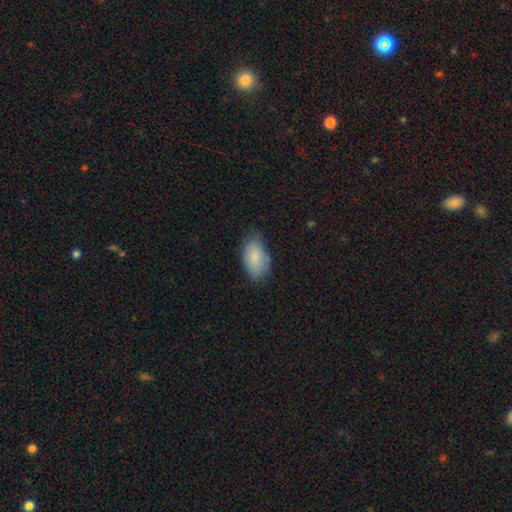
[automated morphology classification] A smooth galaxy with no disk features (84%) that is in between round and cigar-shaped (93%). Merging: none (61%).